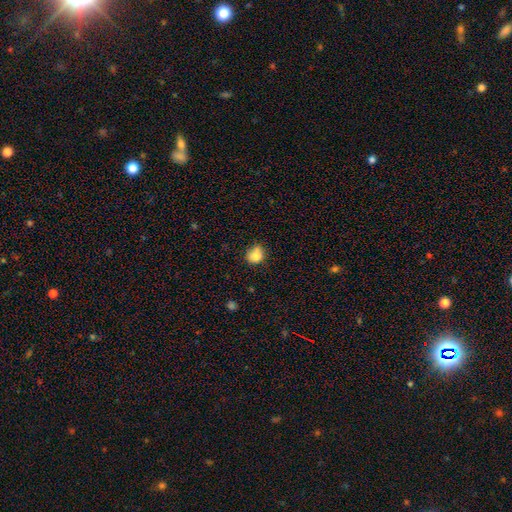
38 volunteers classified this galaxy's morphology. Q: Smooth or featured?
A: smooth (84%); runner-up: featured or disk (11%)
Q: How rounded?
A: round (69%); runner-up: in between (31%)
Q: Merging?
A: none (56%); runner-up: minor disturbance (36%)